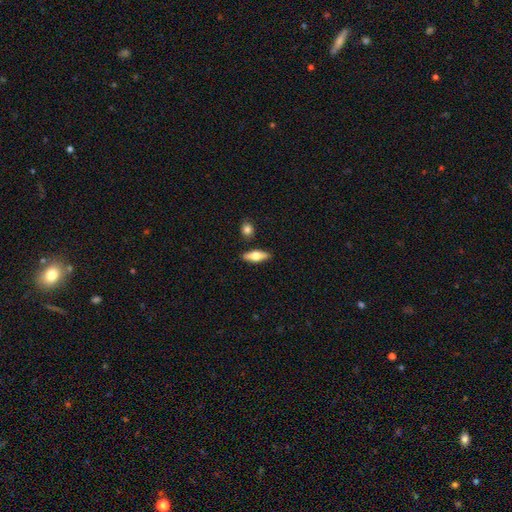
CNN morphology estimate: Smooth or featured: smooth — 55% (featured or disk — 39%)
How rounded: in between — 61% (cigar-shaped — 35%)
Merging: none — 85% (minor disturbance — 9%)